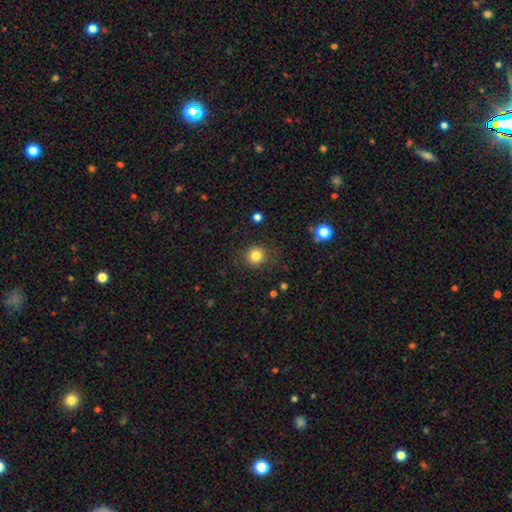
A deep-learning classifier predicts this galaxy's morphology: Smooth or featured: smooth — 82% (star or artifact — 12%)
How rounded: round — 90% (in between — 9%)
Merging: none — 85% (minor disturbance — 9%)